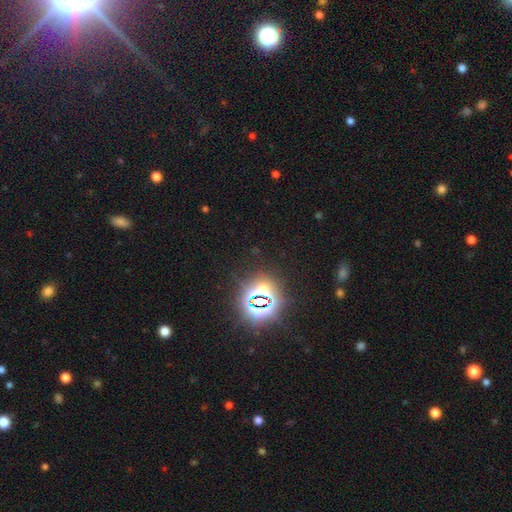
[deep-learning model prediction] This appears to be a star or artifact, not a galaxy (80%).